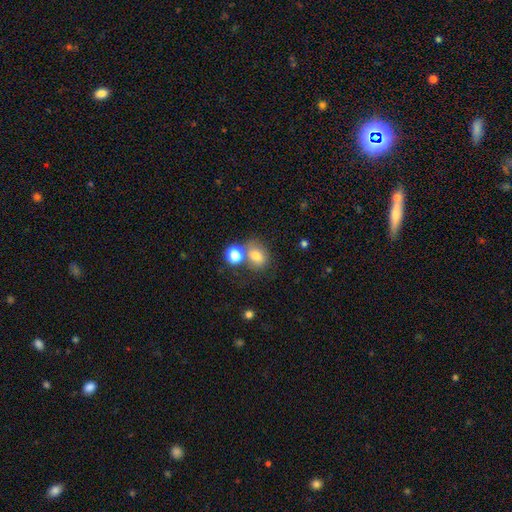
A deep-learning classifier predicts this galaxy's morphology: smooth-or-featured: smooth: 75% | star or artifact: 13% | featured or disk: 11%
  how-rounded: round: 58% | in between: 41% | cigar-shaped: 1%
  merging: none: 54% | merger: 28% | minor disturbance: 12% | major disturbance: 5%